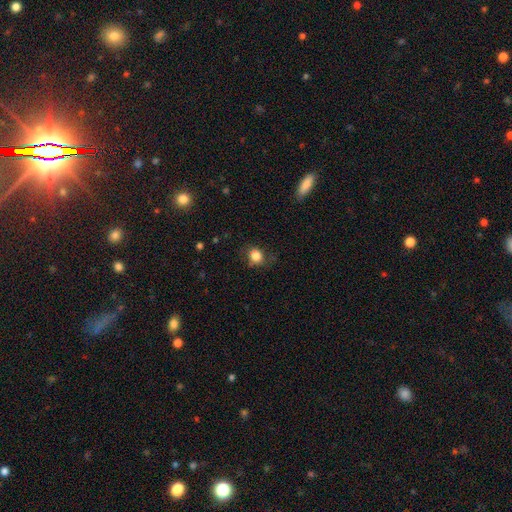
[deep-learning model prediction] This appears to be a smooth galaxy with no disk features (82%) that is round (72%). Merging: none (65%).